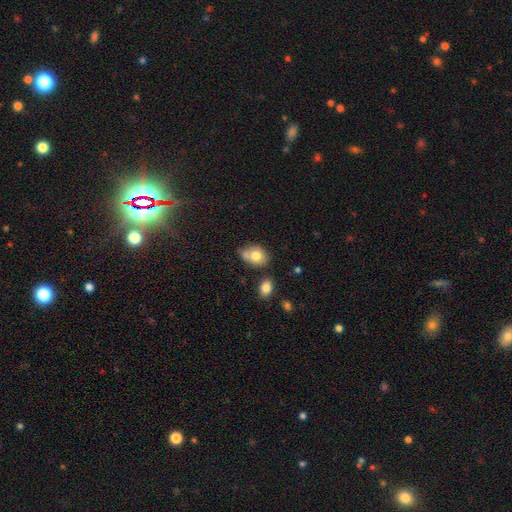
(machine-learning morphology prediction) This is likely a smooth galaxy (74%). How rounded: possibly in between (57%). Merging: possibly none (47%).